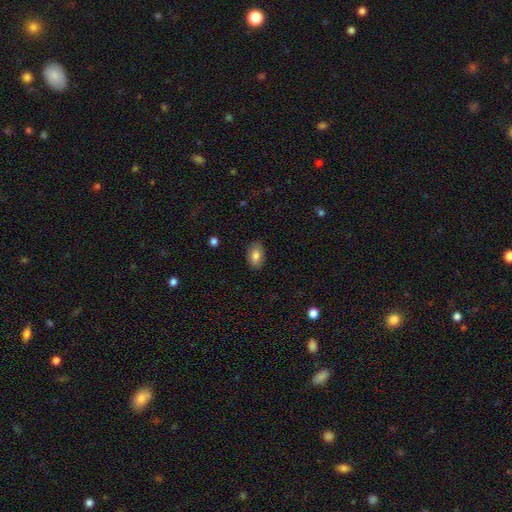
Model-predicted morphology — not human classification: Smooth or featured? smooth (82%)
How rounded? in between (88%)
Merging? none (86%)